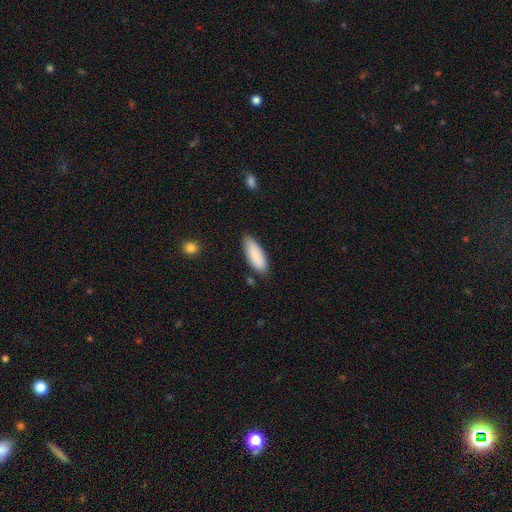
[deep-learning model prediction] A smooth galaxy with no disk features (87%) that is in between round and cigar-shaped (72%). Merging: none (79%).